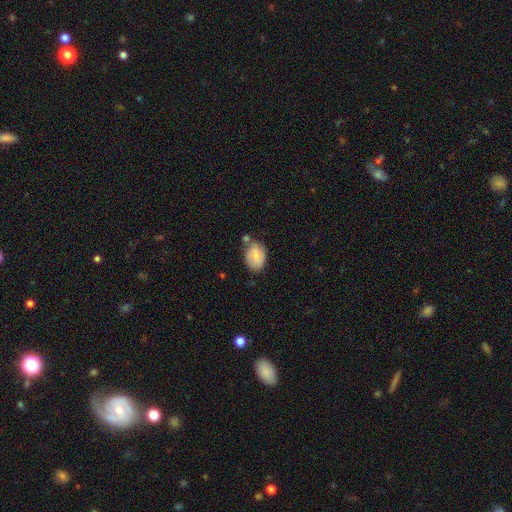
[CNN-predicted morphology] Smooth or featured? Predicted: smooth (p=0.76). How rounded? Predicted: in between (p=0.81). Merging? Predicted: none (p=0.56).